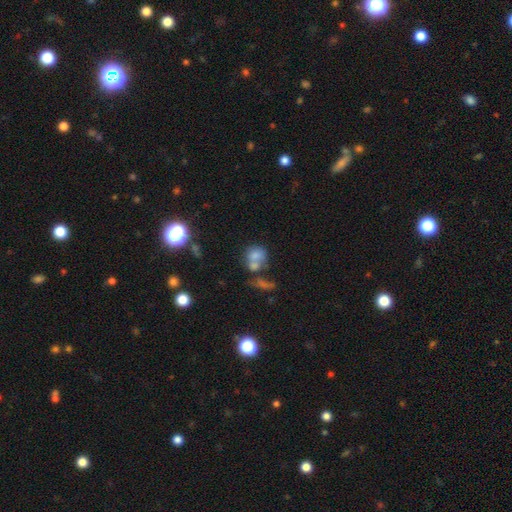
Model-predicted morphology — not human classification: smooth_or_featured: smooth (p=0.69) [alt: featured or disk p=0.18]
how_rounded: round (p=0.60) [alt: in between p=0.38]
merging: merger (p=0.53) [alt: none p=0.28]